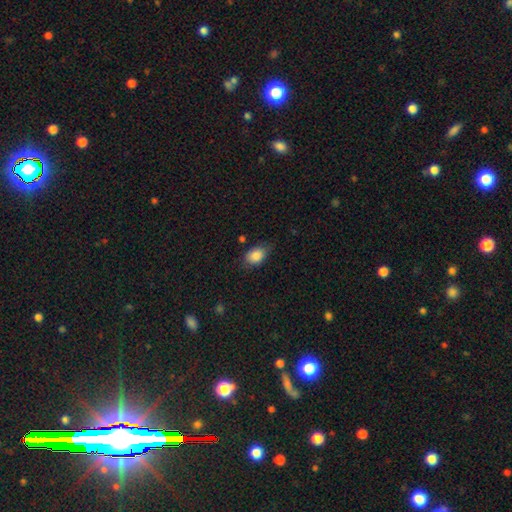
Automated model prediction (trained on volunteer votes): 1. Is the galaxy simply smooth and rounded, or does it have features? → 86% smooth, 8% star or artifact, 6% featured or disk.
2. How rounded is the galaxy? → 82% in between, 17% round, 2% cigar-shaped.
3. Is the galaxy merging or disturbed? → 68% none, 25% minor disturbance, 5% major disturbance, 2% merger.